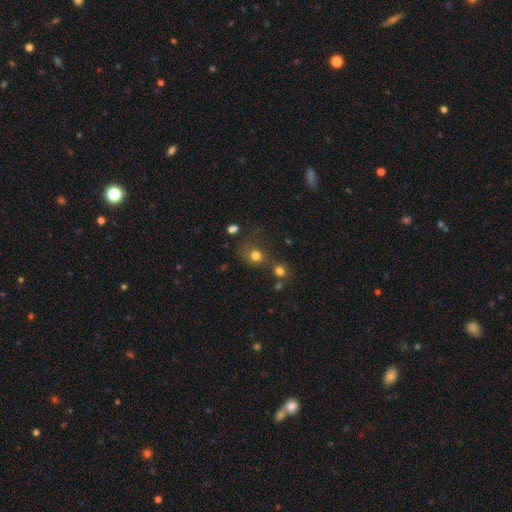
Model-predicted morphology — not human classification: This is likely a smooth galaxy (75%). How rounded: likely round (79%). Merging: possibly none (47%).